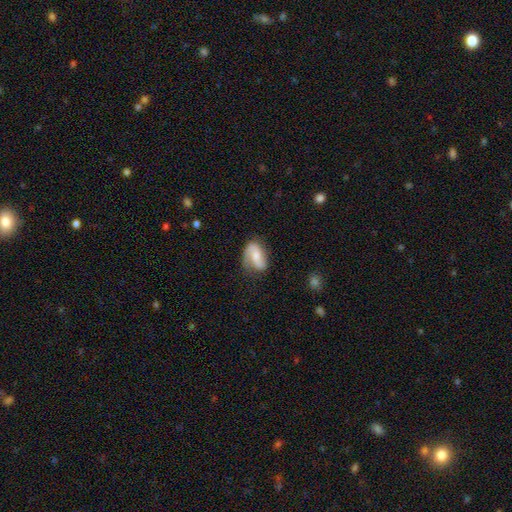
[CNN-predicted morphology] This is possibly a featured or disk galaxy (59%). It is clearly not viewed edge-on (96%). Bar: marginally no (44%). Spiral arm pattern: clearly yes (90%). Spiral arm count: likely 2 (72%). Spiral winding: possibly loose (47%). Central bulge: marginally moderate (44%). Merging: possibly none (59%).